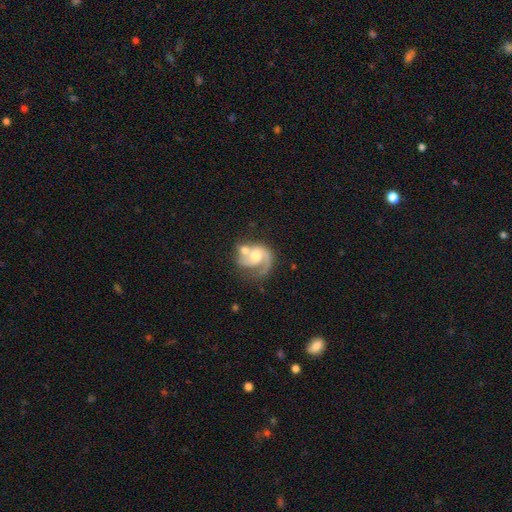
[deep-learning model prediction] This appears to be a featured or disk galaxy (83%) with no bar (63%), 2 (50%) medium (50%) spiral arms (94%) and a moderate central bulge (63%). Merging: none (35%).